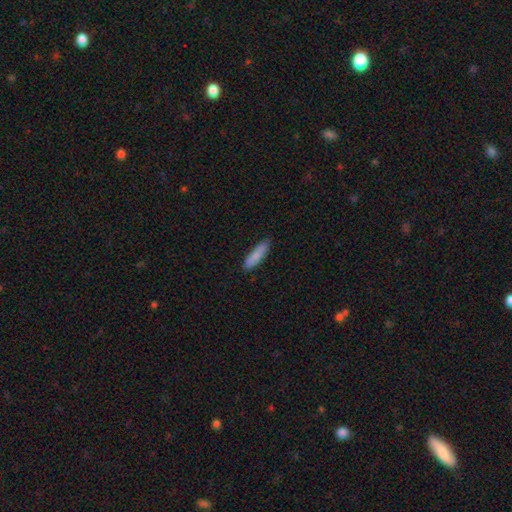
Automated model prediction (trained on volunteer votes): Smooth or featured?
  - smooth: 84% *
  - featured or disk: 10%
  - star or artifact: 6%
How rounded?
  - cigar-shaped: 73% *
  - in between: 26%
  - round: 1%
Merging?
  - none: 85% *
  - minor disturbance: 12%
  - major disturbance: 2%
  - merger: 1%